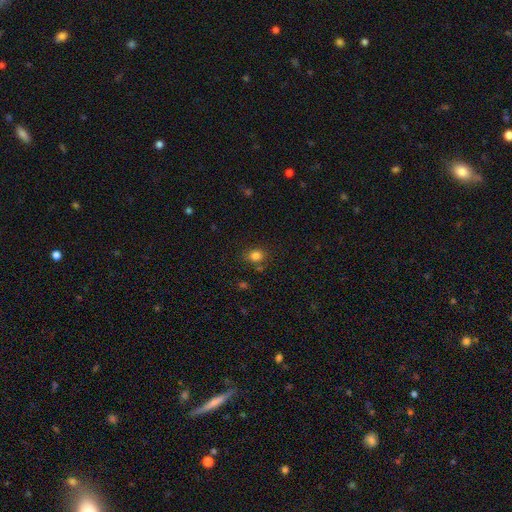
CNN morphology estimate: smooth-or-featured: smooth: 82% | star or artifact: 13% | featured or disk: 5%
  how-rounded: round: 58% | in between: 41% | cigar-shaped: 1%
  merging: none: 76% | minor disturbance: 13% | merger: 7% | major disturbance: 4%